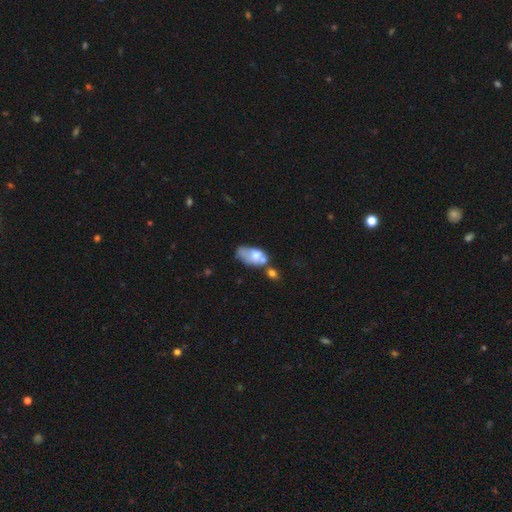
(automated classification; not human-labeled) Q: Smooth or featured?
A: smooth (55%); runner-up: featured or disk (36%)
Q: How rounded?
A: in between (89%); runner-up: round (8%)
Q: Merging?
A: merger (44%); runner-up: none (21%)